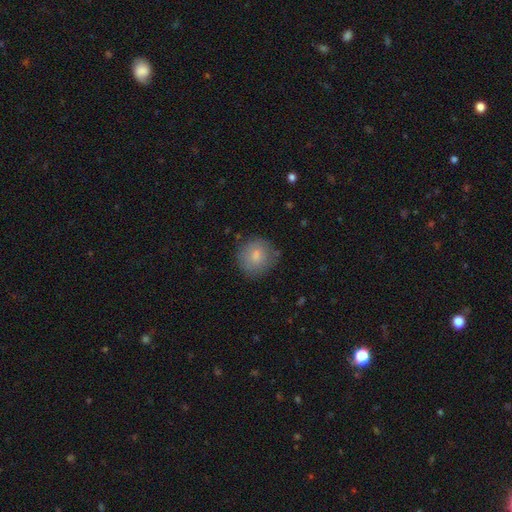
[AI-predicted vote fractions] This is likely a smooth galaxy (80%). How rounded: clearly round (89%). Merging: likely none (78%).